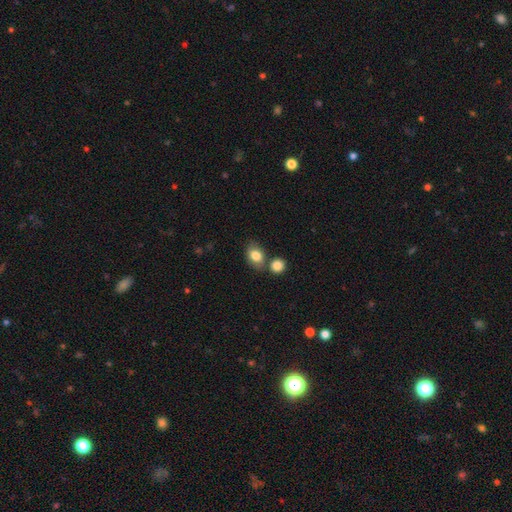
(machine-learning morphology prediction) A smooth galaxy with no disk features (83%) that is in between round and cigar-shaped (68%).

Vote fractions:
- Smooth or featured? smooth: 83% / featured or disk: 10% / star or artifact: 8%
- How rounded? in between: 68% / round: 31% / cigar-shaped: 1%
- Merging? none: 60% / merger: 22% / minor disturbance: 14% / major disturbance: 4%